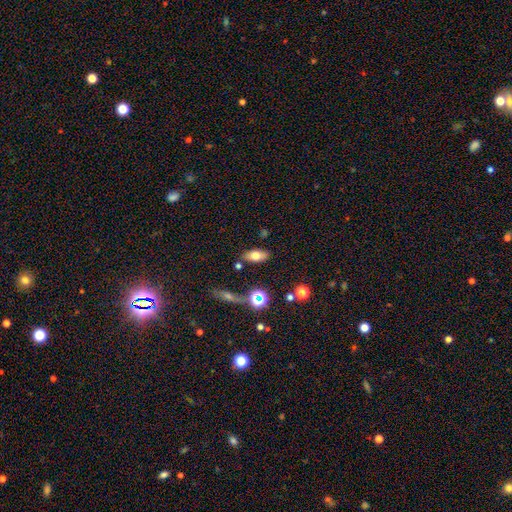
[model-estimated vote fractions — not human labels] This is likely a smooth galaxy (69%). How rounded: clearly in between (84%). Merging: clearly none (82%).